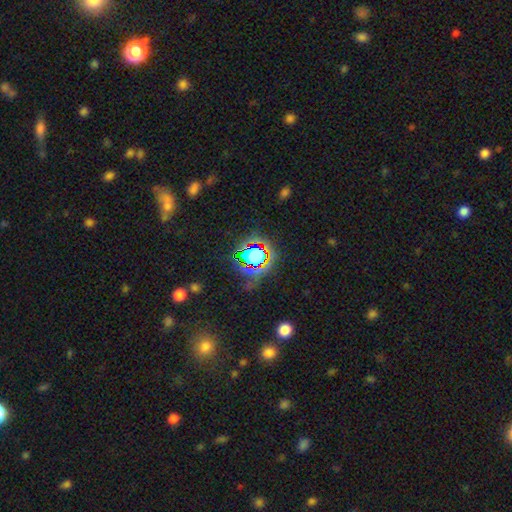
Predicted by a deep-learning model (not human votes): Overall: star or artifact (63%; smooth 24%).